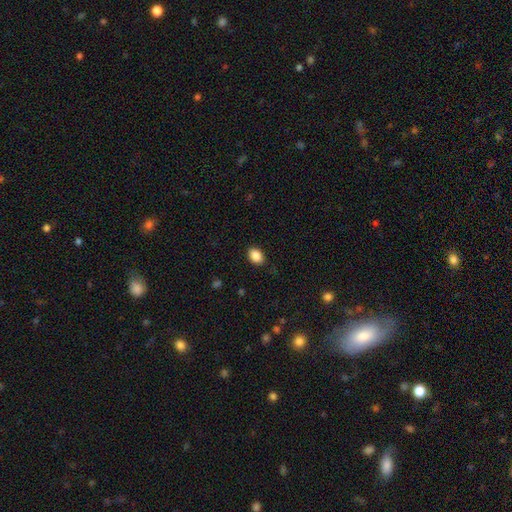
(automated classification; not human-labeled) smooth-or-featured: smooth: 88% | star or artifact: 8% | featured or disk: 4%
  how-rounded: in between: 78% | round: 21% | cigar-shaped: 1%
  merging: none: 86% | minor disturbance: 10% | major disturbance: 2% | merger: 1%